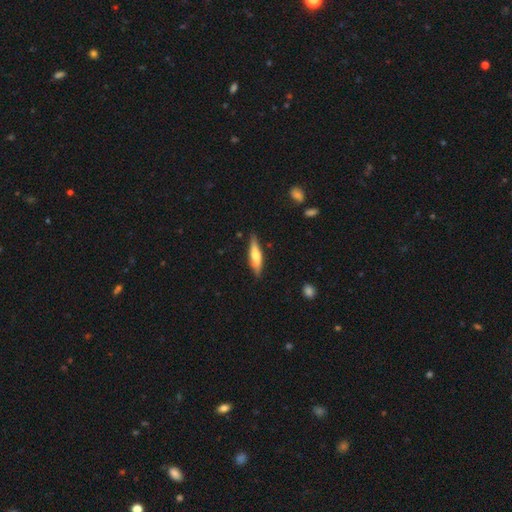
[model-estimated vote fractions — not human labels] smooth-or-featured: smooth: 57% | featured or disk: 37% | star or artifact: 6%
  how-rounded: cigar-shaped: 73% | in between: 25% | round: 2%
  merging: none: 78% | minor disturbance: 18% | major disturbance: 3% | merger: 2%